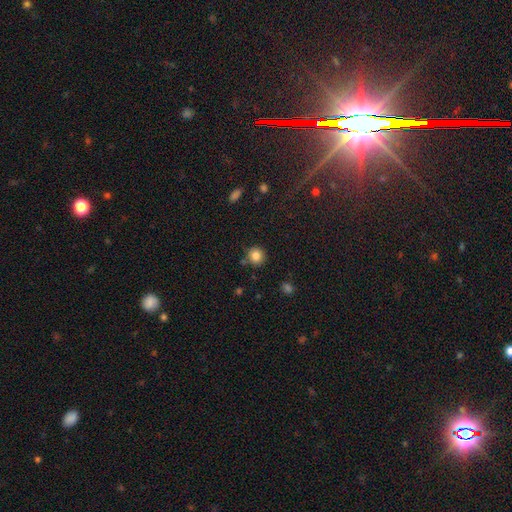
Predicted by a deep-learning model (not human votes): A smooth galaxy with no disk features (83%) that is round (90%).

Vote fractions:
- Smooth or featured? smooth: 83% / star or artifact: 11% / featured or disk: 6%
- How rounded? round: 90% / in between: 9% / cigar-shaped: 1%
- Merging? none: 81% / minor disturbance: 10% / merger: 6% / major disturbance: 3%